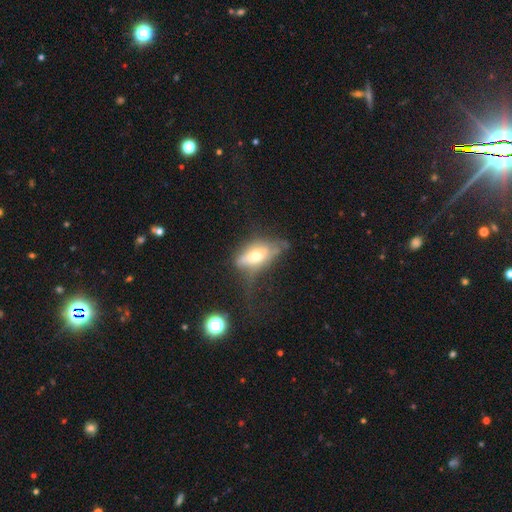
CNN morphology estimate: A smooth galaxy with no disk features (47%).

Vote fractions:
- Smooth or featured? smooth: 47% / featured or disk: 44% / star or artifact: 9%
- Merging? none: 35% / major disturbance: 32% / minor disturbance: 29% / merger: 4%